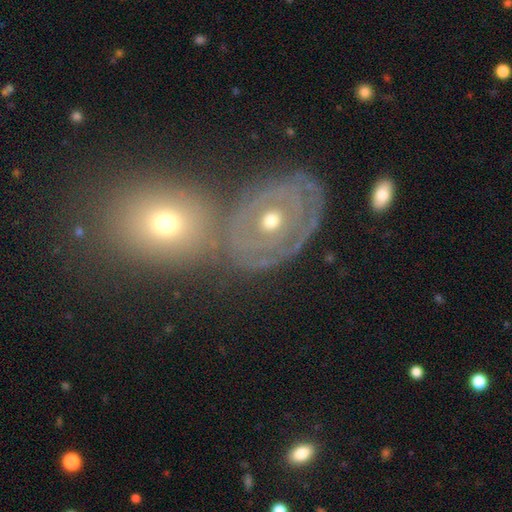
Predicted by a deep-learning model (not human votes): smooth_or_featured: featured or disk (p=0.69) [alt: smooth p=0.19]
disk_edge_on: no (p=0.93) [alt: yes p=0.07]
bar: no (p=0.82) [alt: weak p=0.13]
has_spiral_arms: yes (p=0.61) [alt: no p=0.39]
bulge_size: moderate (p=0.51) [alt: small p=0.43]
merging: none (p=0.58) [alt: merger p=0.24]